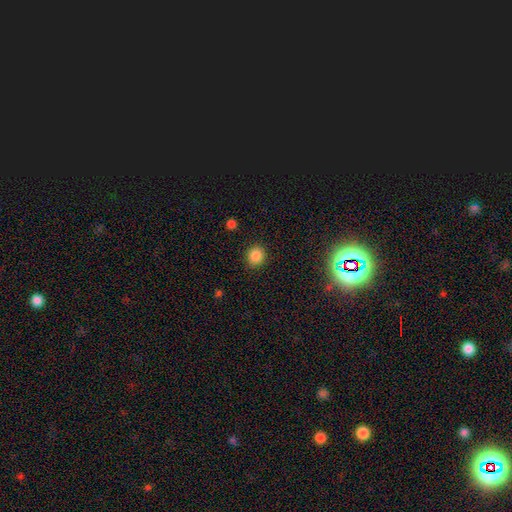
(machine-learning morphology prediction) smooth 85%, star or artifact 11%, featured or disk 4%. Down the decision tree: how rounded — round (84%); merging — none (89%).